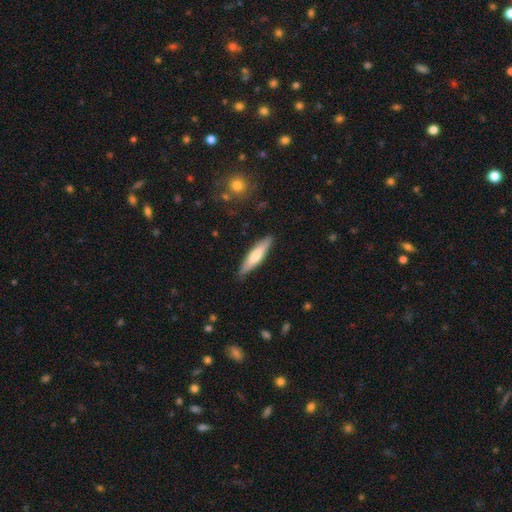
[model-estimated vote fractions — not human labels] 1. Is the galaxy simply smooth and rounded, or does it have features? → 67% smooth, 28% featured or disk, 5% star or artifact.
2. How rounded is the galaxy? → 80% cigar-shaped, 19% in between, 1% round.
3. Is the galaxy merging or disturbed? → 86% none, 11% minor disturbance, 2% major disturbance, 1% merger.